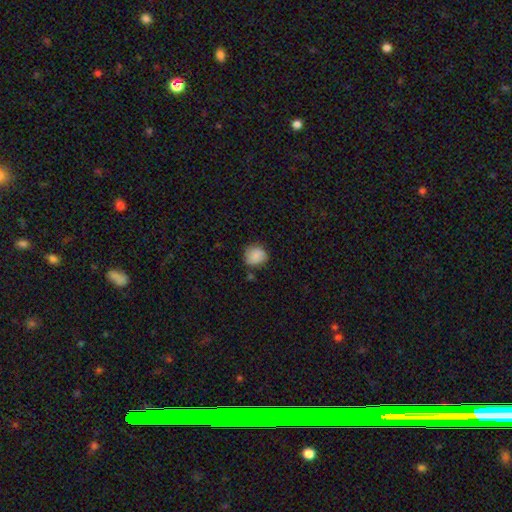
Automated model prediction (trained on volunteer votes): Overall: smooth (85%). How rounded: round (84%). Merging: none (73%).